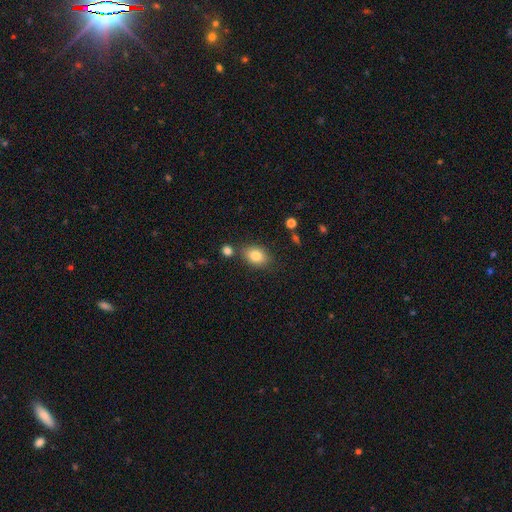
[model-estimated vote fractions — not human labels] This appears to be a smooth galaxy with no disk features (84%) that is in between round and cigar-shaped (76%). Merging: none (75%).